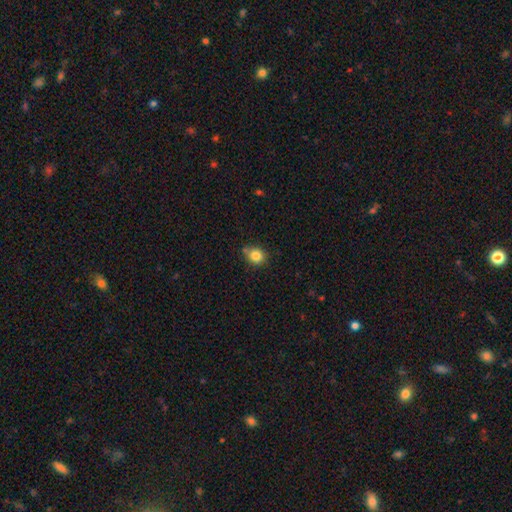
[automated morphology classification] Overall: smooth (83%). How rounded: round (73%). Merging: none (66%).